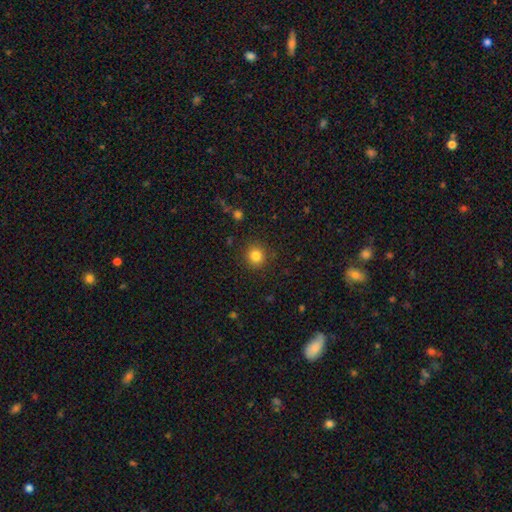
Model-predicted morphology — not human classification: Smooth or featured?
  - smooth: 83% *
  - star or artifact: 12%
  - featured or disk: 5%
How rounded?
  - round: 91% *
  - in between: 8%
  - cigar-shaped: 1%
Merging?
  - none: 89% *
  - minor disturbance: 7%
  - major disturbance: 3%
  - merger: 1%